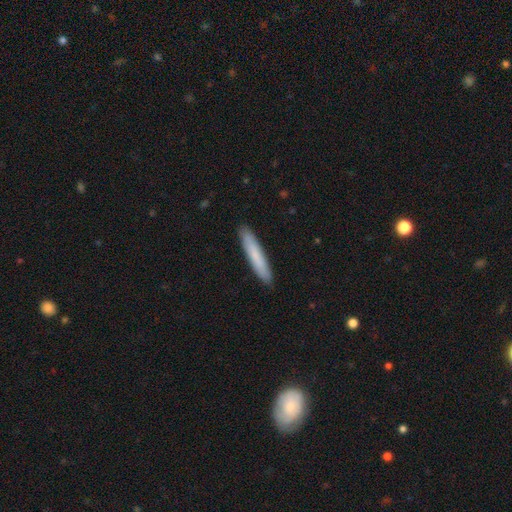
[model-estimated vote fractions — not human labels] Smooth or featured? Predicted: smooth (p=0.77). How rounded? Predicted: cigar-shaped (p=0.93). Merging? Predicted: none (p=0.91).